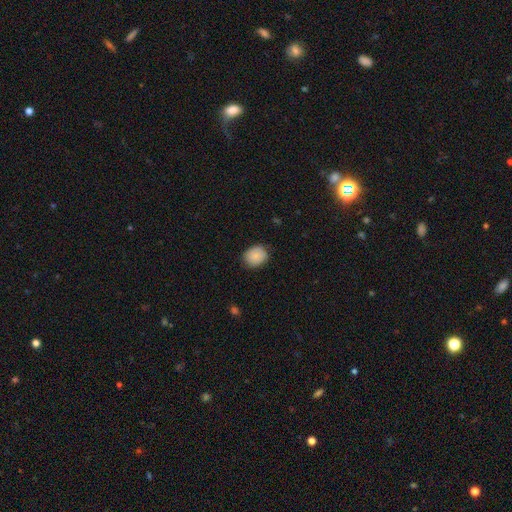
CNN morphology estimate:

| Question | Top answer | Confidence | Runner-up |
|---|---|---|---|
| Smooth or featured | smooth | 86% | star or artifact (7%) |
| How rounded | round | 57% | in between (42%) |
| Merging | none | 77% | minor disturbance (18%) |